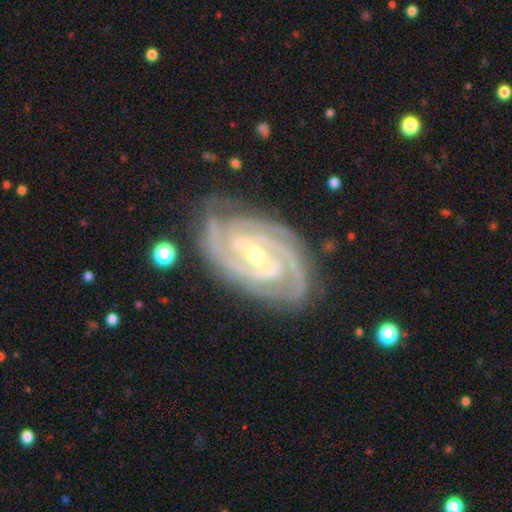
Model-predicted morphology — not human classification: A featured or disk galaxy (94%) with a strong bar (44%), 3 (36%) tight (78%) spiral arms (99%) and a small central bulge (55%).

Vote fractions:
- Smooth or featured? featured or disk: 94% / star or artifact: 4% / smooth: 2%
- Edge-on disk? no: 97% / yes: 3%
- Bar? strong: 44% / weak: 38% / no: 18%
- Spiral arms? yes: 99% / no: 1%
- Spiral winding? tight: 78% / medium: 20% / loose: 2%
- Spiral arm count? 3: 36% / 2: 34% / 4: 14% / can't tell: 7% / more than 4: 5% / 1: 5%
- Bulge size? small: 55% / moderate: 42% / large: 1% / none: 1% / dominant: 1%
- Merging? none: 81% / minor disturbance: 14% / major disturbance: 3% / merger: 1%